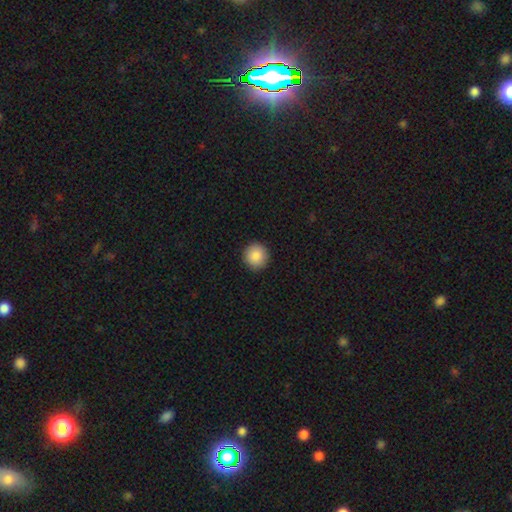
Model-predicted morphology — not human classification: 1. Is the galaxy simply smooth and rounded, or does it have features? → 88% smooth, 8% star or artifact, 4% featured or disk.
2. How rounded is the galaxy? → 94% round, 5% in between, 1% cigar-shaped.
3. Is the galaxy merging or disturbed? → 92% none, 5% minor disturbance, 2% major disturbance, 1% merger.